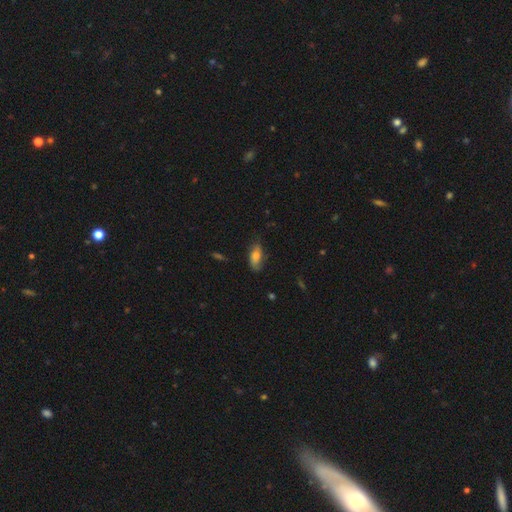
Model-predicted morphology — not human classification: This is likely a smooth galaxy (71%). How rounded: clearly in between (83%). Merging: likely none (66%).